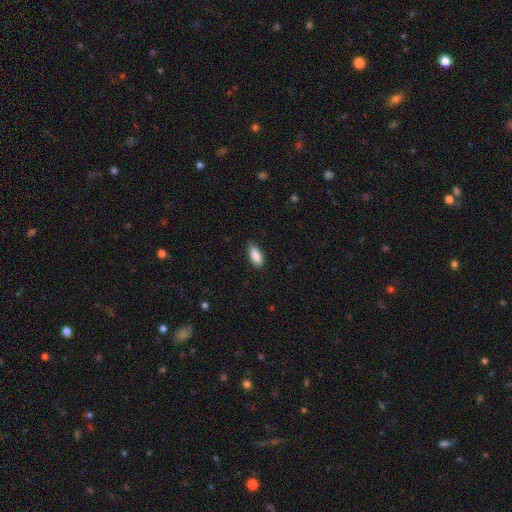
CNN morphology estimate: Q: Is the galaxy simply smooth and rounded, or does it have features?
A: smooth — 88%.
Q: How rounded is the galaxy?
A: in between — 86%.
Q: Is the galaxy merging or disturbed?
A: none — 80%.